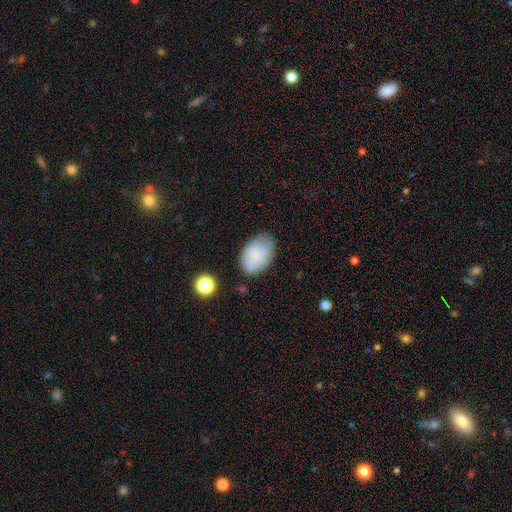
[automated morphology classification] Overall: smooth (78%). How rounded: in between (89%). Merging: none (70%).